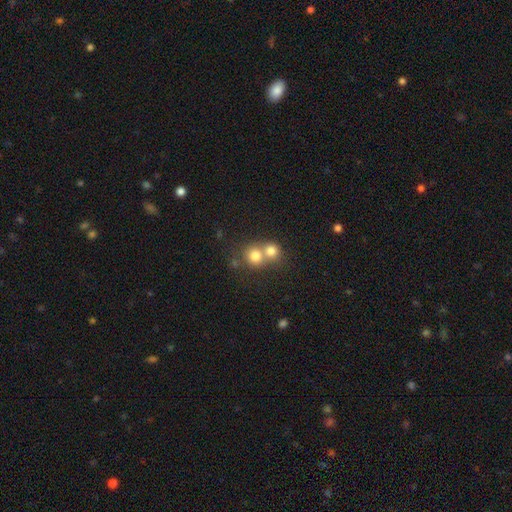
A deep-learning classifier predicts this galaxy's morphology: smooth 76%, featured or disk 12%, star or artifact 12%. Down the decision tree: how rounded — round (84%); merging — merger (57%).